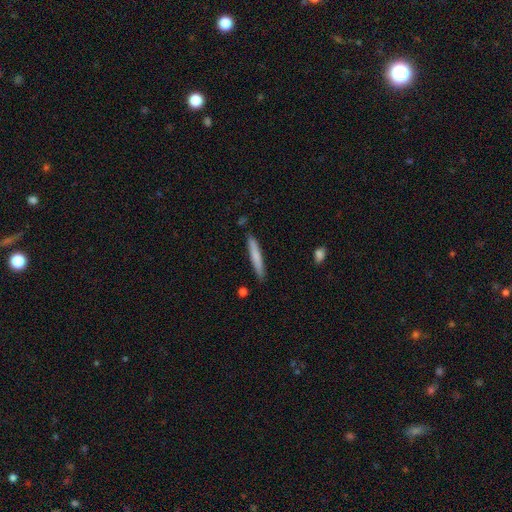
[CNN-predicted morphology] Smooth or featured: smooth — 72% (featured or disk — 23%)
How rounded: cigar-shaped — 95% (in between — 4%)
Merging: none — 87% (minor disturbance — 9%)